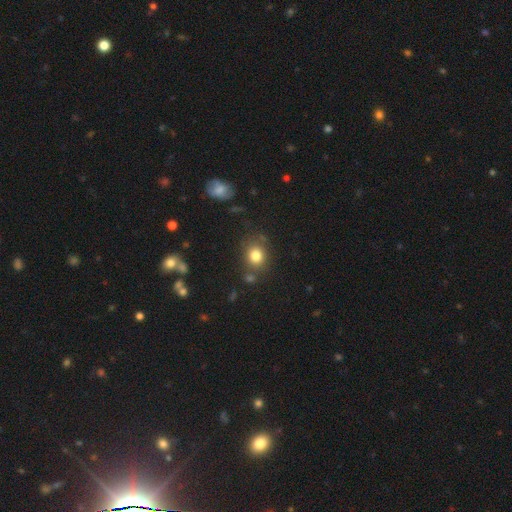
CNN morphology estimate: Overall: smooth (81%). How rounded: round (68%; in between 31%). Merging: none (75%).